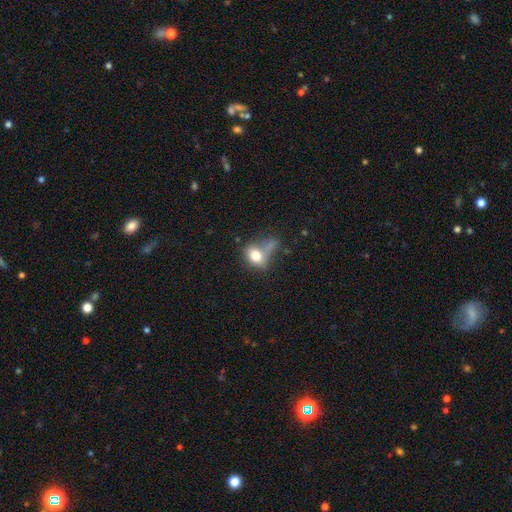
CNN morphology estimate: smooth 75%, featured or disk 15%, star or artifact 10%. Down the decision tree: how rounded — in between (67%); merging — merger (28%, tied with none).